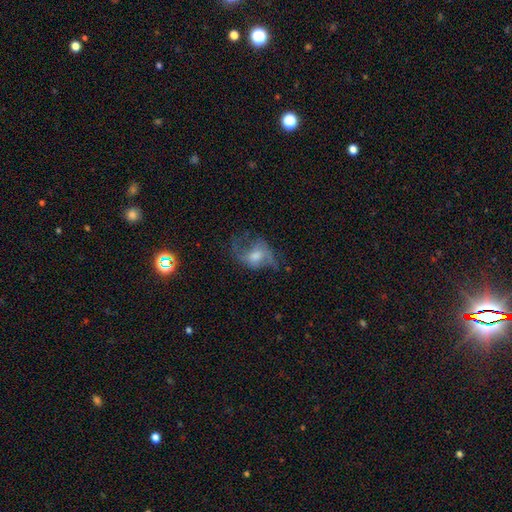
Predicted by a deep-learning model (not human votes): smooth-or-featured: featured or disk: 62% | smooth: 27% | star or artifact: 11%
  disk-edge-on: no: 96% | yes: 4%
    bar: no: 58% | weak: 34% | strong: 8%
    has-spiral-arms: yes: 80% | no: 20%
    bulge-size: moderate: 52% | small: 21% | large: 17% | none: 7% | dominant: 2%
  merging: none: 47% | major disturbance: 29% | minor disturbance: 22% | merger: 2%